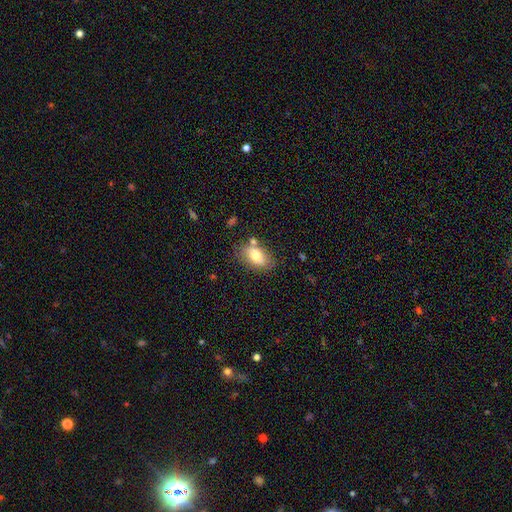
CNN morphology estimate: Smooth or featured: smooth — 75% (featured or disk — 17%)
How rounded: in between — 88% (round — 9%)
Merging: none — 70% (minor disturbance — 17%)